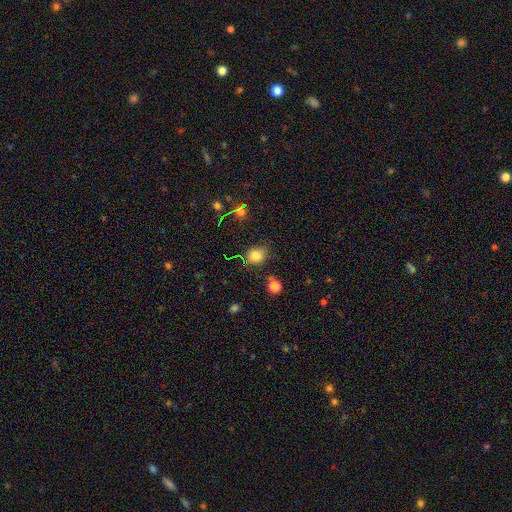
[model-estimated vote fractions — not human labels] Smooth or featured: smooth — 79% (star or artifact — 15%)
How rounded: round — 64% (in between — 35%)
Merging: none — 80% (minor disturbance — 13%)